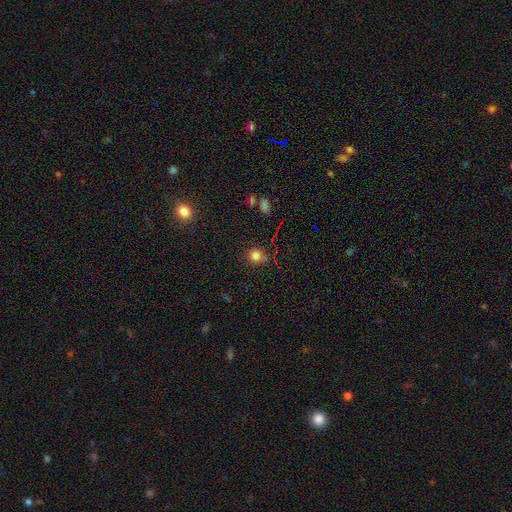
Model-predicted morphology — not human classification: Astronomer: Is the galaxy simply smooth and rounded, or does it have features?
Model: smooth — 79%.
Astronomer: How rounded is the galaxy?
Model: round — 87%.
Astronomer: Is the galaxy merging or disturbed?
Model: none — 77%.